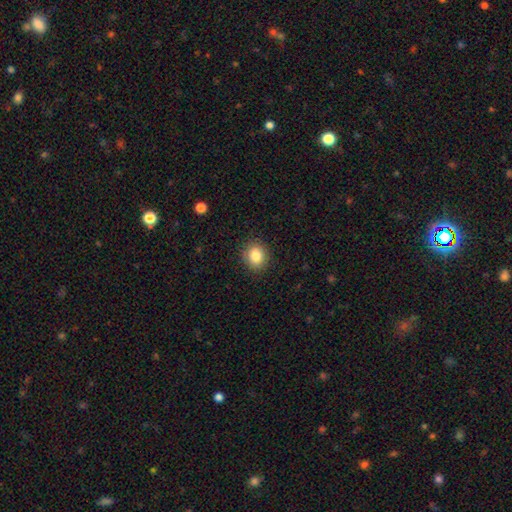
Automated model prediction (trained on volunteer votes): Smooth or featured?
  - smooth: 83% *
  - star or artifact: 9%
  - featured or disk: 8%
How rounded?
  - round: 66% *
  - in between: 33%
  - cigar-shaped: 1%
Merging?
  - none: 88% *
  - minor disturbance: 8%
  - major disturbance: 2%
  - merger: 1%